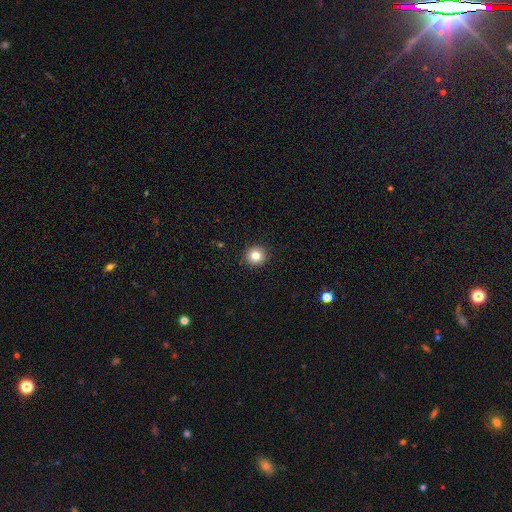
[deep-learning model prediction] Morphology: type=smooth (82%); roundness=round (94%); merging=none (93%).